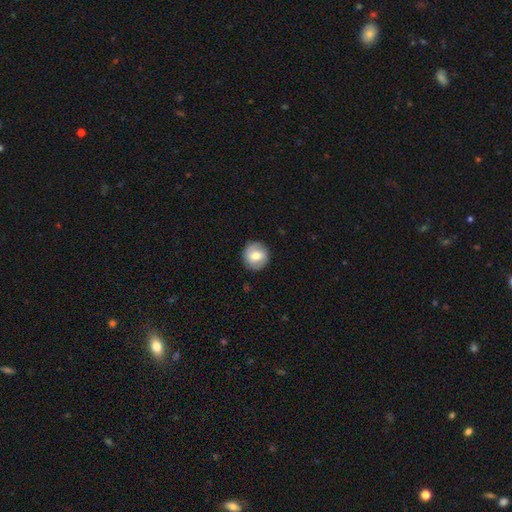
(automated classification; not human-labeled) smooth_or_featured: smooth (p=0.69) [alt: featured or disk p=0.24]
how_rounded: round (p=0.90) [alt: in between p=0.09]
merging: none (p=0.88) [alt: minor disturbance p=0.09]